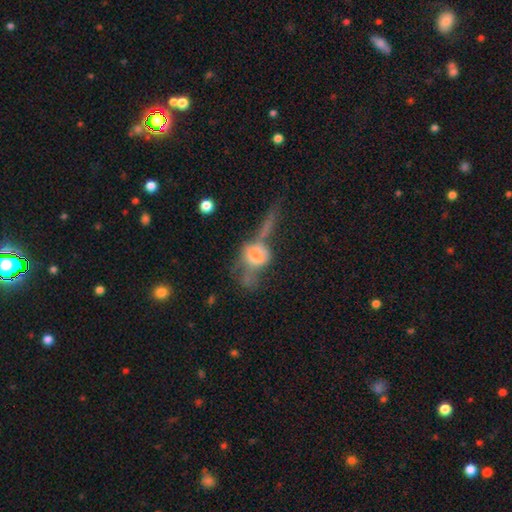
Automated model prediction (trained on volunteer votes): A smooth galaxy with no disk features (53%) that is round (47%, tied with in between).

Vote fractions:
- Smooth or featured? smooth: 53% / featured or disk: 37% / star or artifact: 11%
- How rounded? round: 47% (tied) / in between: 47% (tied) / cigar-shaped: 5%
- Merging? major disturbance: 31% / merger: 30% / none: 24% / minor disturbance: 15%